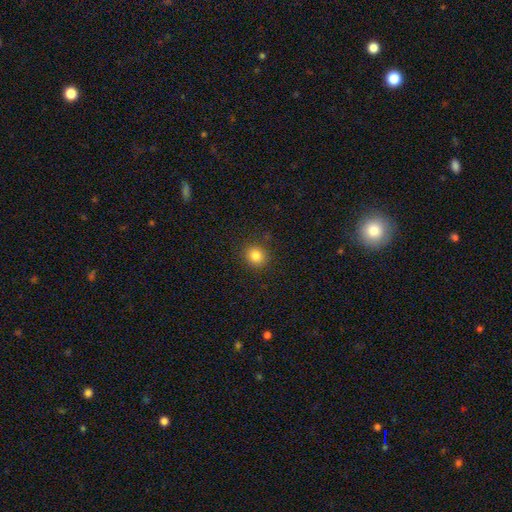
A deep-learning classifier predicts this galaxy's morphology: This is clearly a smooth galaxy (83%). How rounded: clearly round (86%). Merging: clearly none (89%).